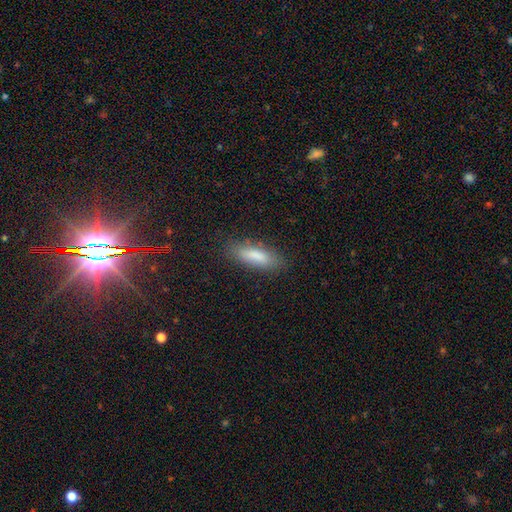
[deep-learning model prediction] Smooth or featured? Predicted: smooth (p=0.82). How rounded? Predicted: in between (p=0.50). Merging? Predicted: none (p=0.81).